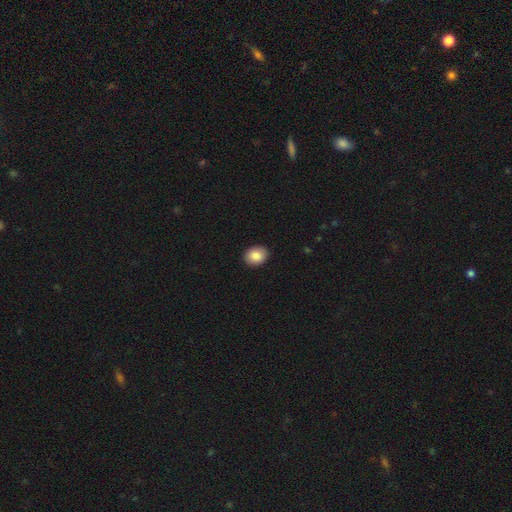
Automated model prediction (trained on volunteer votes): Morphology: type=smooth (87%); roundness=in between (60%); merging=none (91%).